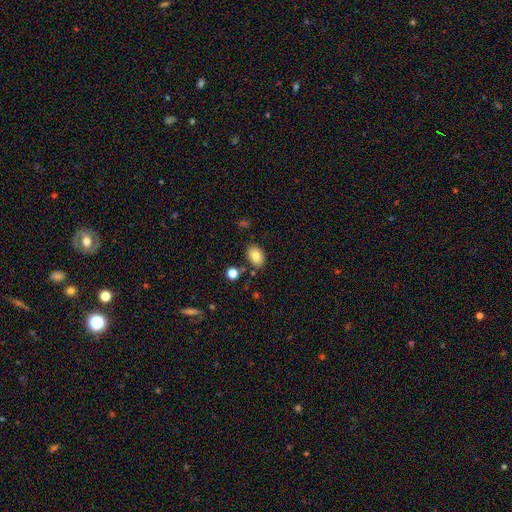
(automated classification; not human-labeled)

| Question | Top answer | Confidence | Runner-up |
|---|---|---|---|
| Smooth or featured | smooth | 81% | featured or disk (9%) |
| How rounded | in between | 75% | round (24%) |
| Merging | none | 81% | minor disturbance (12%) |